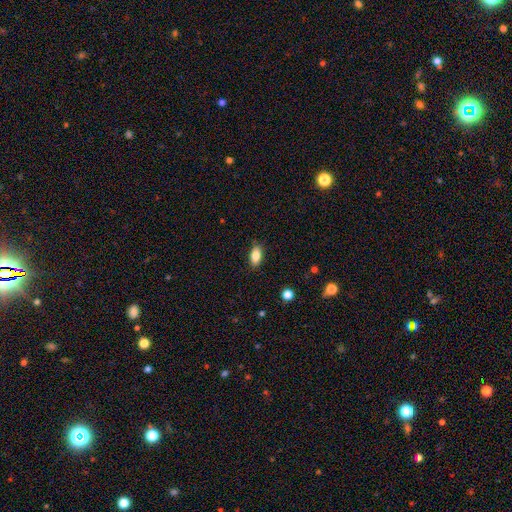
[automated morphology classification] Smooth or featured? Predicted: smooth (p=0.84). How rounded? Predicted: in between (p=0.89). Merging? Predicted: none (p=0.84).